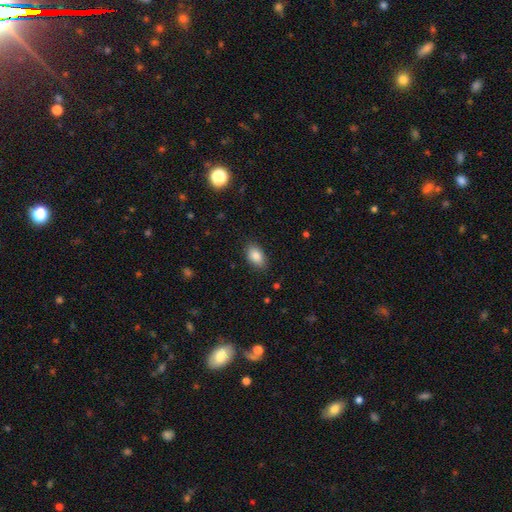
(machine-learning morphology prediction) This is clearly a smooth galaxy (87%). How rounded: clearly in between (91%). Merging: clearly none (85%).